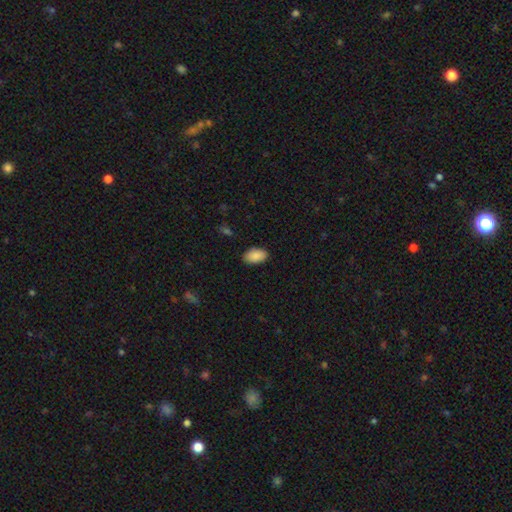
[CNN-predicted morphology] Smooth or featured?
  - smooth: 89% *
  - star or artifact: 7%
  - featured or disk: 4%
How rounded?
  - in between: 93% *
  - round: 5%
  - cigar-shaped: 1%
Merging?
  - none: 87% *
  - minor disturbance: 10%
  - major disturbance: 2%
  - merger: 1%